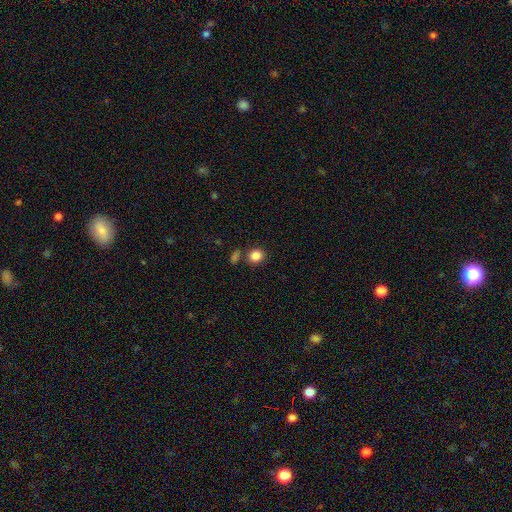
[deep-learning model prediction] Smooth or featured? Predicted: smooth (p=0.85). How rounded? Predicted: round (p=0.75). Merging? Predicted: none (p=0.77).